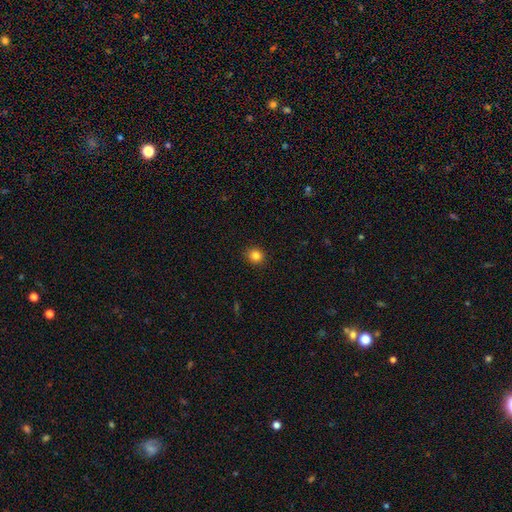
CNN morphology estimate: Overall: smooth (83%). How rounded: round (86%). Merging: none (91%).